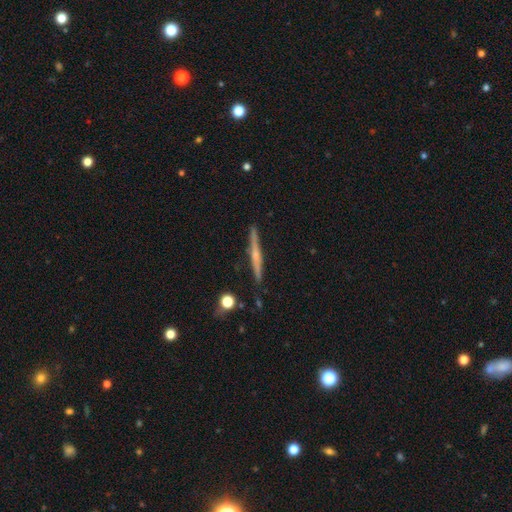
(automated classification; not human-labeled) Smooth or featured? featured or disk (69%)
Edge-on disk? yes (98%)
Edge-on bulge? rounded (66%)
Merging? none (89%)